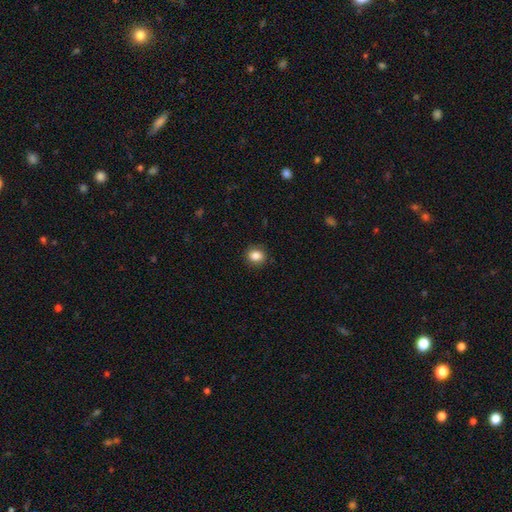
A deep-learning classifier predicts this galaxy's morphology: Smooth or featured? smooth (85%)
How rounded? round (64%)
Merging? none (87%)